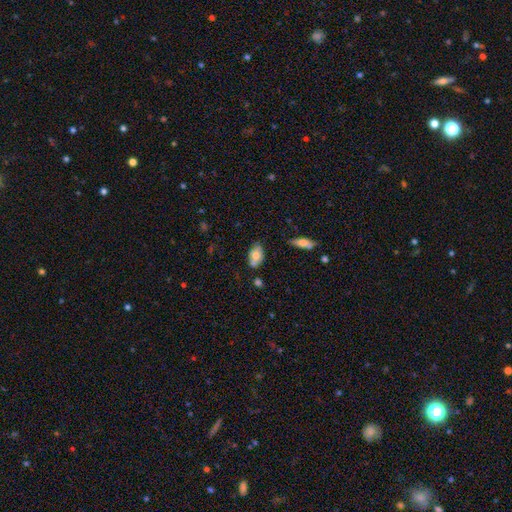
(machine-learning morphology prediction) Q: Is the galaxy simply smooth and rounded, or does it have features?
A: smooth — 69%.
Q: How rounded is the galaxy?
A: in between — 89%.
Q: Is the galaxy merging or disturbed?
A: none — 58%.